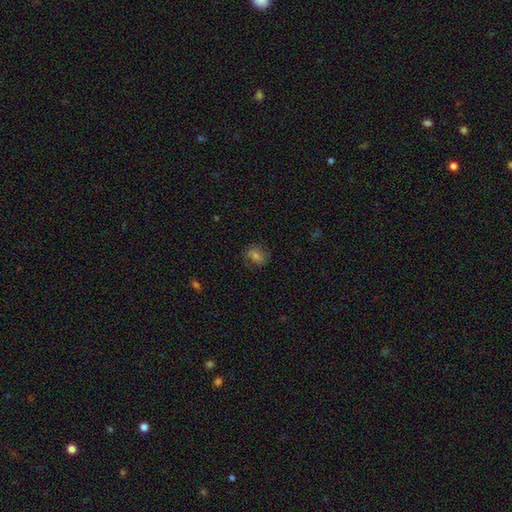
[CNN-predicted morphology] A smooth galaxy with no disk features (57%) that is round (54%). Merging: none (78%).